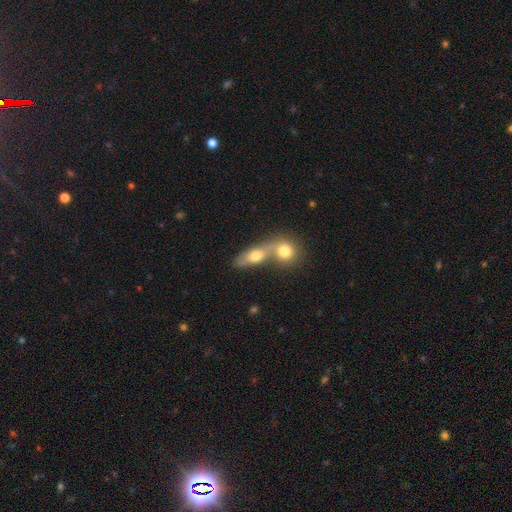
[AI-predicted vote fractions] Smooth or featured? Predicted: smooth (p=0.67). How rounded? Predicted: in between (p=0.64). Merging? Predicted: merger (p=0.64).